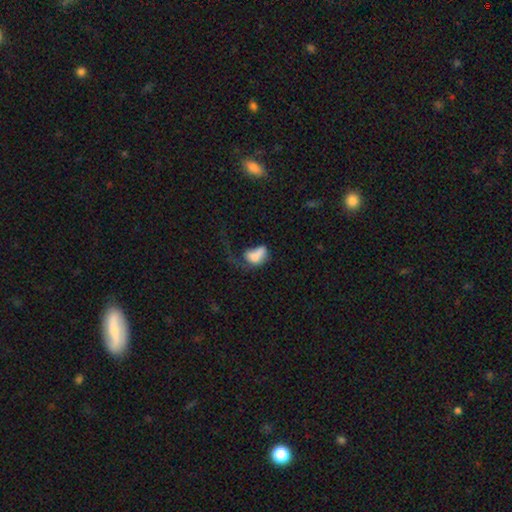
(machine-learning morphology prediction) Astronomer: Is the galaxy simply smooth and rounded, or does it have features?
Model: smooth — 66%.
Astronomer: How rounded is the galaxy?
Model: in between — 81%.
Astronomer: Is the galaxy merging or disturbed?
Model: major disturbance — 48%.